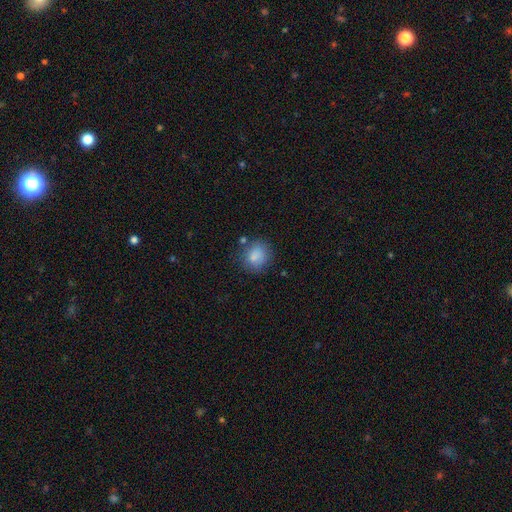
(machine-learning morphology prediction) Overall: smooth (85%). How rounded: round (82%). Merging: none (76%).